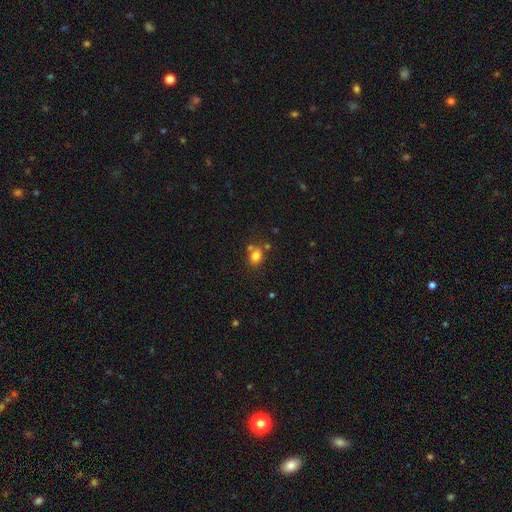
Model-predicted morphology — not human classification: A smooth galaxy with no disk features (79%) that is round (50%). Merging: none (62%).